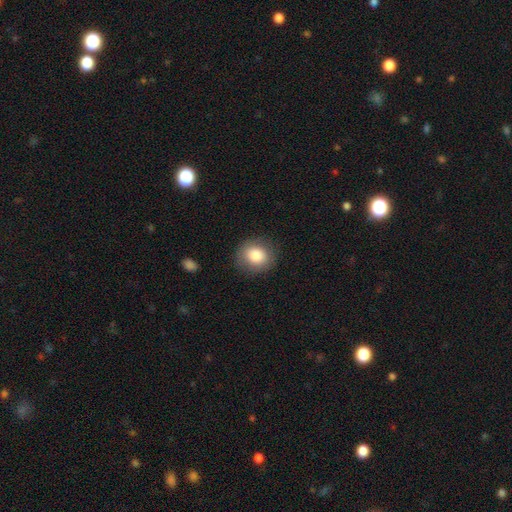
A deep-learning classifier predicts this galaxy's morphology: smooth_or_featured: smooth (p=0.82) [alt: featured or disk p=0.10]
how_rounded: round (p=0.79) [alt: in between p=0.21]
merging: none (p=0.86) [alt: minor disturbance p=0.10]